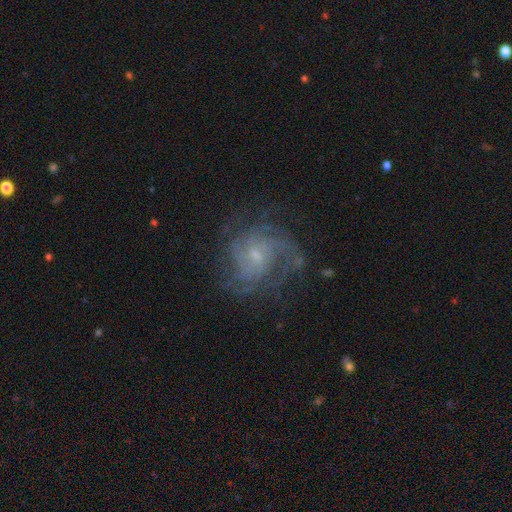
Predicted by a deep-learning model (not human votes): Morphology: type=featured or disk (82%); edge-on=no (98%); bar=no (62%); spiral arms=yes (94%); winding=tight (45%); arm count=can't tell (32%); bulge=small (65%); merging=none (67%).